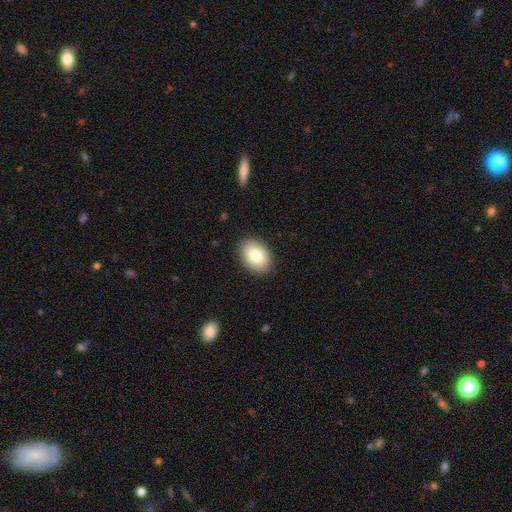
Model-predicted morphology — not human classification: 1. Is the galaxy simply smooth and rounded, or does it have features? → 80% smooth, 12% featured or disk, 7% star or artifact.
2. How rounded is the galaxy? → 83% in between, 16% round, 1% cigar-shaped.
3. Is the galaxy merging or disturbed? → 87% none, 10% minor disturbance, 2% major disturbance, 1% merger.